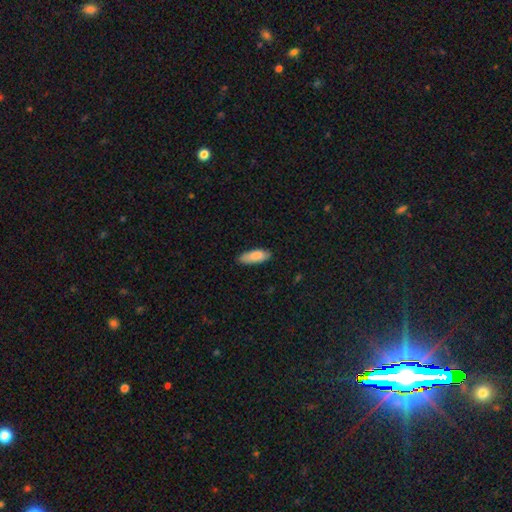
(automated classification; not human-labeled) Q: Smooth or featured?
A: smooth (86%); runner-up: featured or disk (8%)
Q: How rounded?
A: in between (70%); runner-up: cigar-shaped (29%)
Q: Merging?
A: none (79%); runner-up: minor disturbance (17%)